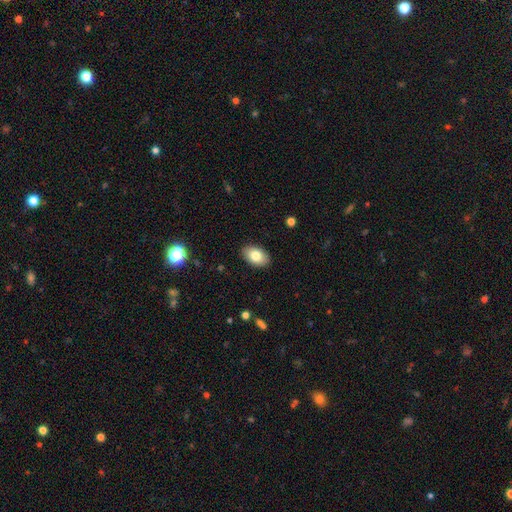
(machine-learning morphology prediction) smooth-or-featured: smooth: 81% | featured or disk: 11% | star or artifact: 8%
  how-rounded: in between: 91% | round: 8% | cigar-shaped: 1%
  merging: none: 89% | minor disturbance: 8% | major disturbance: 2% | merger: 1%